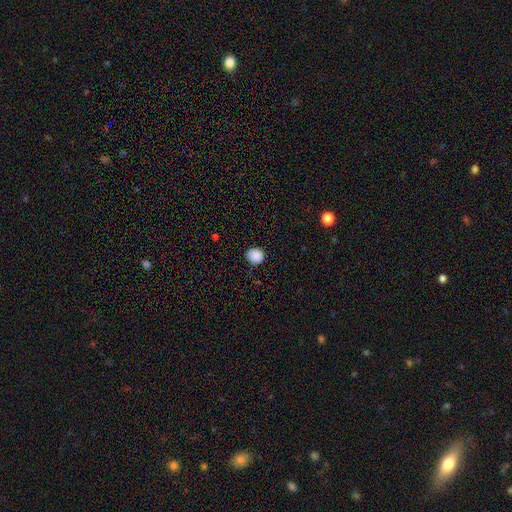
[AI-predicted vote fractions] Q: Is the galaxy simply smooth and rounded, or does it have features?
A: smooth — 88%.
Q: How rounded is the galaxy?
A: round — 79%.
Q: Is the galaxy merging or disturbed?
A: none — 85%.